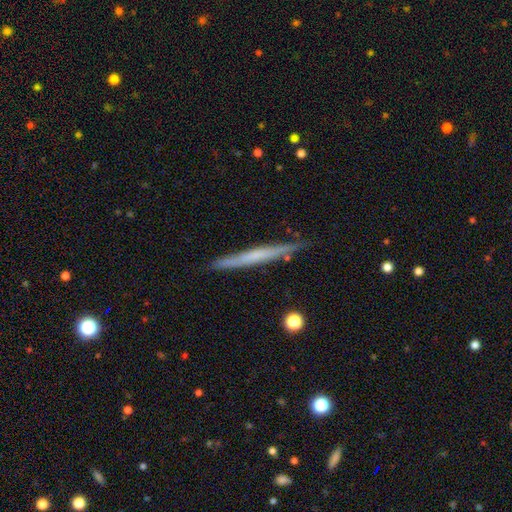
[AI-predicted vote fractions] This is possibly a featured or disk galaxy (51%). It is clearly viewed edge-on (96%). Merging: clearly none (86%).